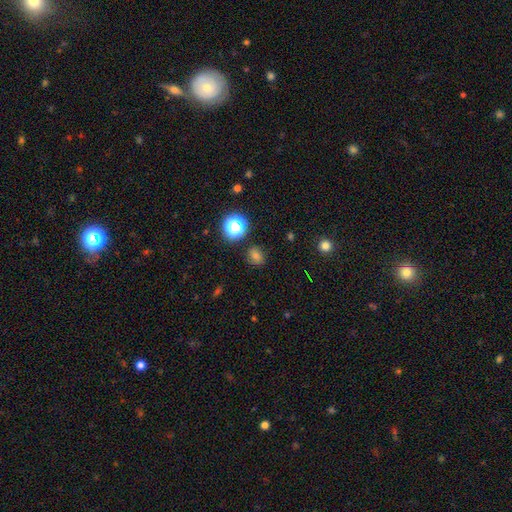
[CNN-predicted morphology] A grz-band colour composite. It shows a smooth galaxy with no disk features (59%) that is round (73%). Merging: none (83%).